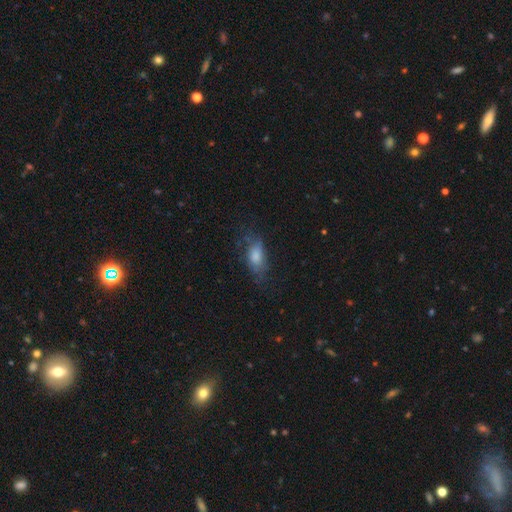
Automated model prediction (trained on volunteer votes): smooth_or_featured: smooth (p=0.57) [alt: featured or disk p=0.29]
how_rounded: in between (p=0.76) [alt: cigar-shaped p=0.16]
merging: none (p=0.56) [alt: minor disturbance p=0.24]